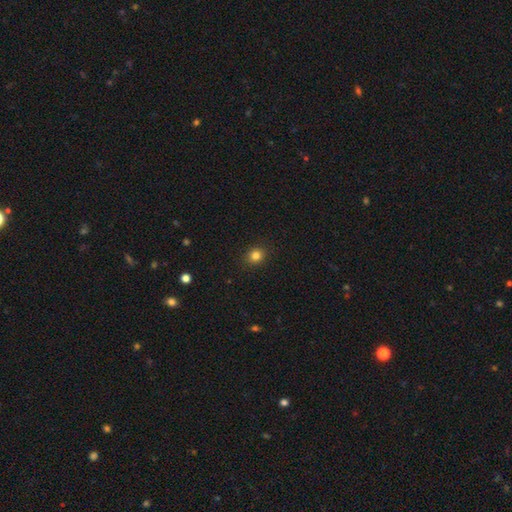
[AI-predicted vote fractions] Smooth or featured? Predicted: smooth (p=0.82). How rounded? Predicted: round (p=0.81). Merging? Predicted: none (p=0.91).